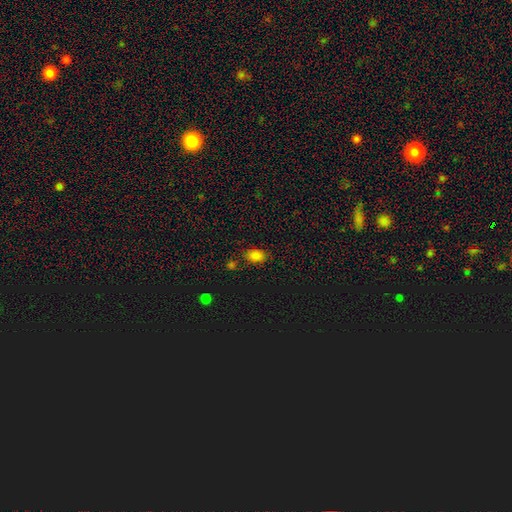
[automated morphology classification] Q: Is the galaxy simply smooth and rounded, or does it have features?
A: smooth — 79%.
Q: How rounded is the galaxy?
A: in between — 80%.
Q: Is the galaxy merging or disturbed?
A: none — 76%.